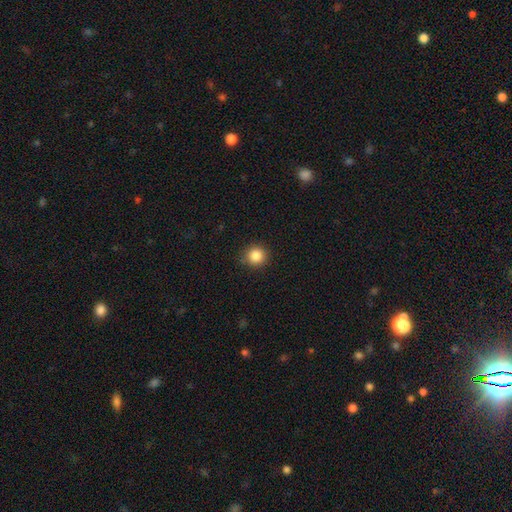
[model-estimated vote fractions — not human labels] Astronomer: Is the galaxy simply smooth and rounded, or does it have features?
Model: smooth — 86%.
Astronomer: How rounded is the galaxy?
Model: round — 90%.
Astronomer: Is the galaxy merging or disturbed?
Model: none — 88%.